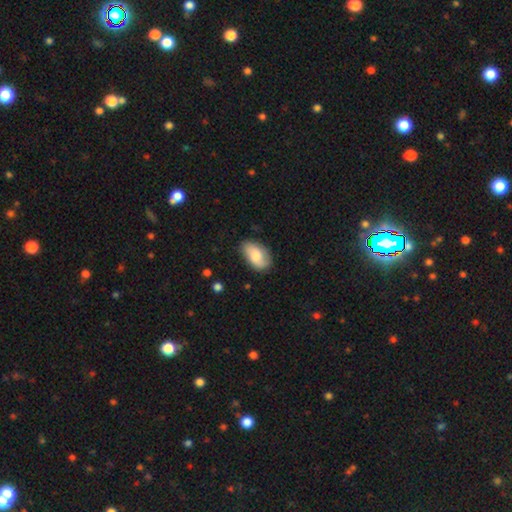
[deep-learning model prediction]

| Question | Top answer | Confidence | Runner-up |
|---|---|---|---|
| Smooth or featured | smooth | 66% | featured or disk (27%) |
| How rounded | in between | 92% | round (6%) |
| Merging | none | 74% | minor disturbance (20%) |